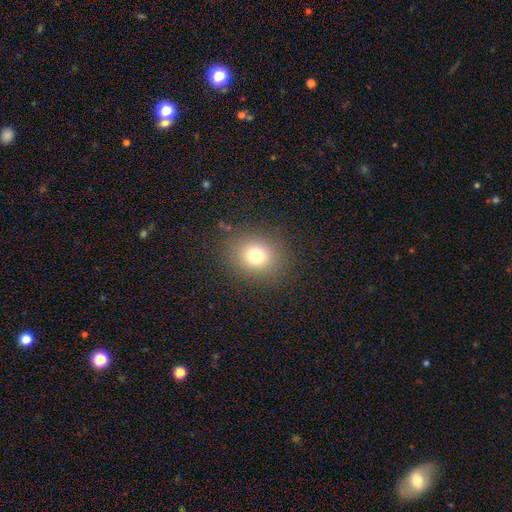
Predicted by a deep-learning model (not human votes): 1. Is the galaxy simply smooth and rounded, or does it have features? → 74% smooth, 16% star or artifact, 10% featured or disk.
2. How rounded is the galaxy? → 70% round, 29% in between, 1% cigar-shaped.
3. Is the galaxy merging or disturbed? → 86% none, 8% minor disturbance, 5% major disturbance, 1% merger.